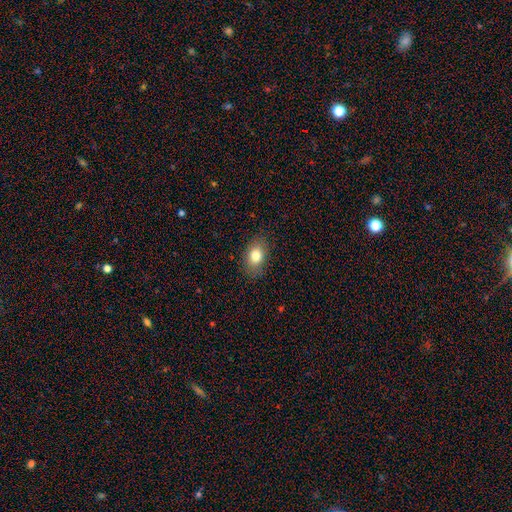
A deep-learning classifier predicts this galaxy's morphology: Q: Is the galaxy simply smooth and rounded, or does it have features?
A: smooth — 80%.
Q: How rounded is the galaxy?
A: in between — 82%.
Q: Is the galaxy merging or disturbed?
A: none — 85%.